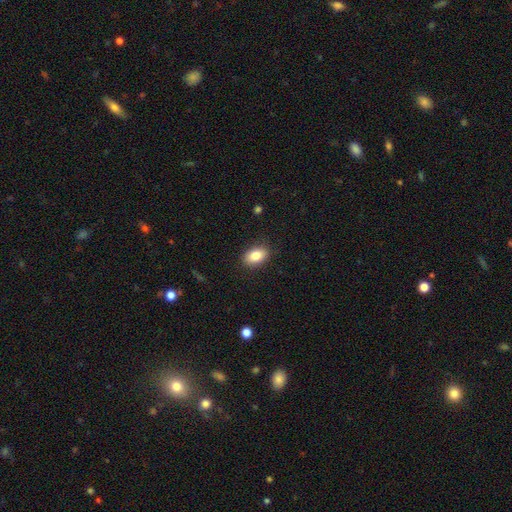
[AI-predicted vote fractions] This appears to be a smooth galaxy with no disk features (84%) that is in between round and cigar-shaped (86%). Merging: none (88%).